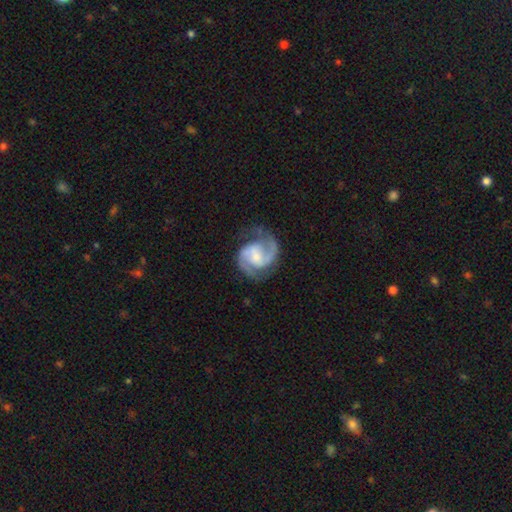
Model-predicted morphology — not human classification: Smooth or featured? featured or disk (89%)
Edge-on disk? no (98%)
Bar? weak (49%)
Spiral arms? yes (98%)
Spiral winding? medium (59%)
Spiral arm count? 2 (90%)
Bulge size? small (38%)
Merging? none (70%)